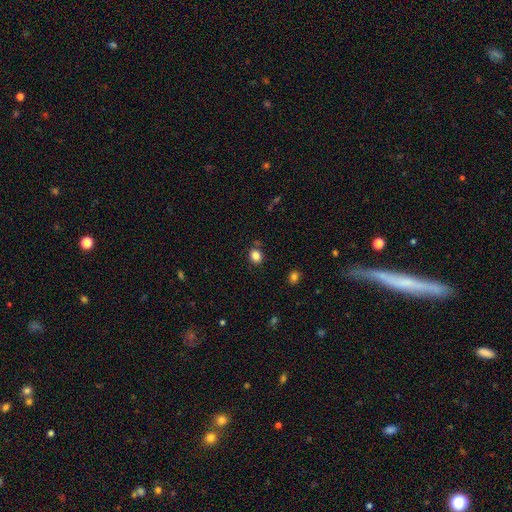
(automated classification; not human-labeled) A smooth galaxy with no disk features (84%) that is round (62%). Merging: none (81%).